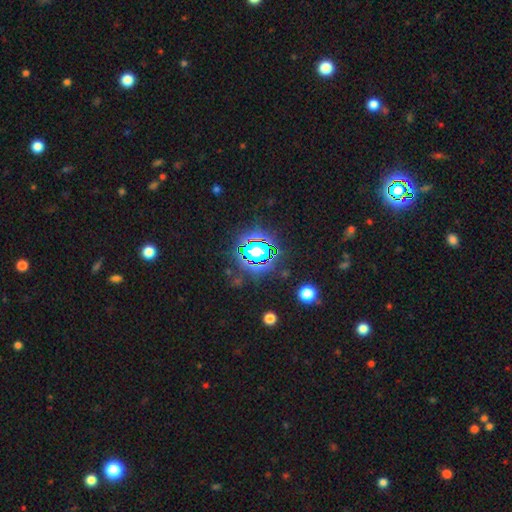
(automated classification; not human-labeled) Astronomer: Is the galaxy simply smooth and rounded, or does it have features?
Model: star or artifact — 82%.